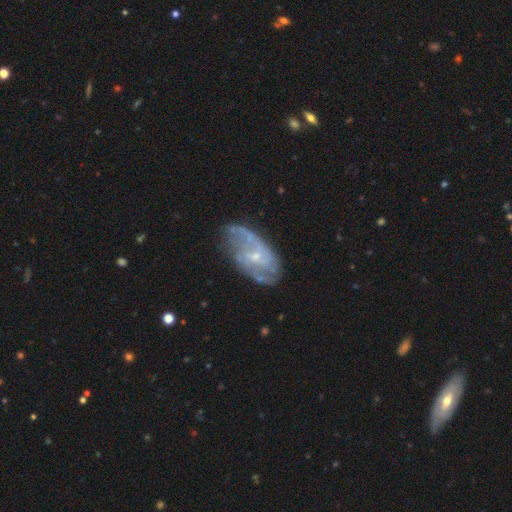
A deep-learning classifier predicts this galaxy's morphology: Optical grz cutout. It shows a featured or disk galaxy (79%) with no bar (52%), 2 (50%) medium (42%) spiral arms (88%) and a small central bulge (71%). Merging: none (61%).